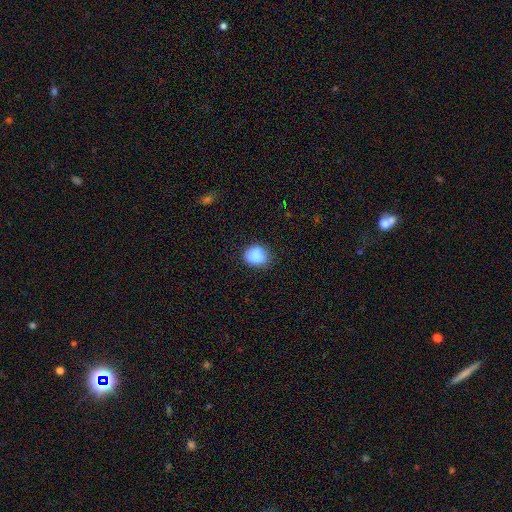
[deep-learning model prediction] Smooth or featured? smooth (88%)
How rounded? round (61%)
Merging? none (79%)